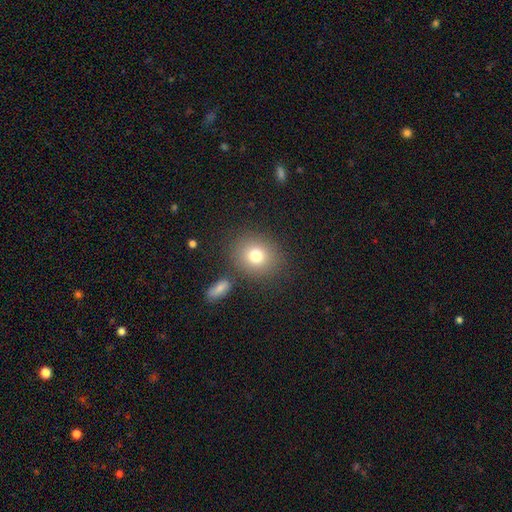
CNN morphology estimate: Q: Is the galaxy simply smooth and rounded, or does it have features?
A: smooth — 77%.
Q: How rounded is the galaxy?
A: round — 77%.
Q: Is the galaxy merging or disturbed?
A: none — 80%.